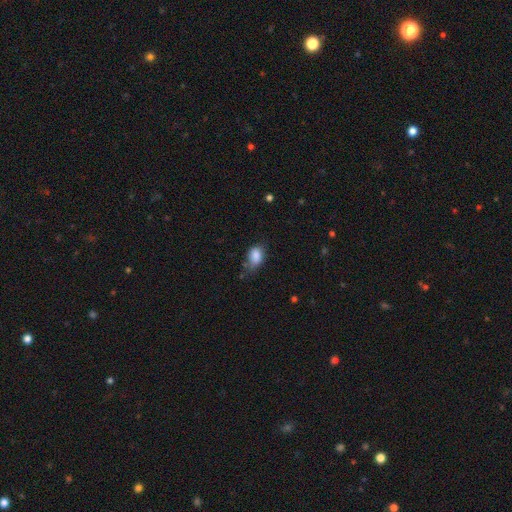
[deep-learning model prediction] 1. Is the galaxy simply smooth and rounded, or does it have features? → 84% smooth, 8% star or artifact, 8% featured or disk.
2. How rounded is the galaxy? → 84% in between, 14% round, 2% cigar-shaped.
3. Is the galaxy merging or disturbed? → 50% none, 35% minor disturbance, 11% major disturbance, 3% merger.